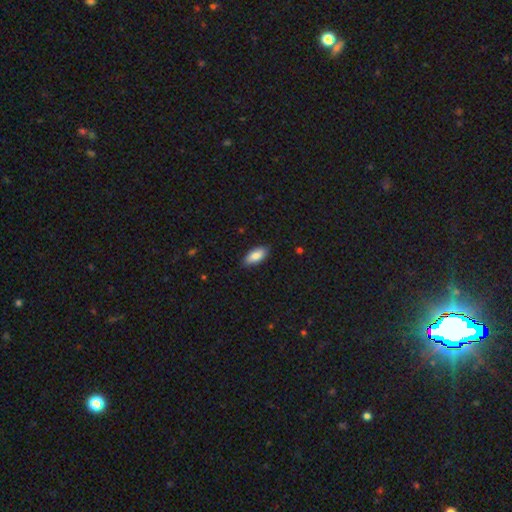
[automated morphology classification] A smooth galaxy with no disk features (85%) that is in between round and cigar-shaped (87%).

Vote fractions:
- Smooth or featured? smooth: 85% / featured or disk: 8% / star or artifact: 6%
- How rounded? in between: 87% / cigar-shaped: 11% / round: 2%
- Merging? none: 84% / minor disturbance: 13% / major disturbance: 2% / merger: 1%